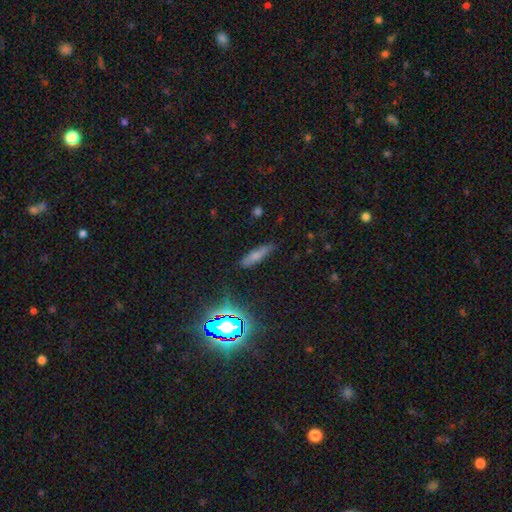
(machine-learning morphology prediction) Smooth or featured?
  - smooth: 64% *
  - featured or disk: 21%
  - star or artifact: 16%
How rounded?
  - cigar-shaped: 68% *
  - in between: 29%
  - round: 3%
Merging?
  - none: 80% *
  - minor disturbance: 15%
  - major disturbance: 3%
  - merger: 2%